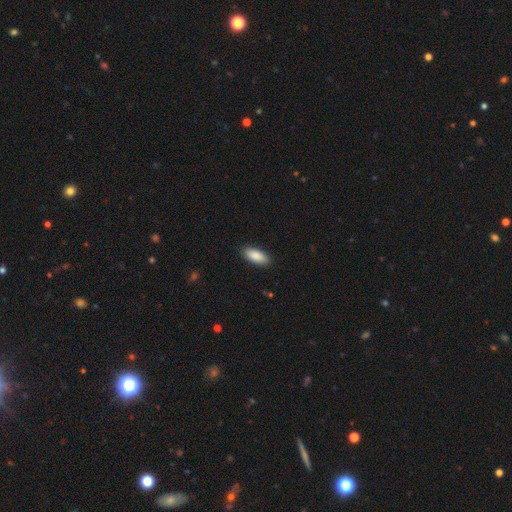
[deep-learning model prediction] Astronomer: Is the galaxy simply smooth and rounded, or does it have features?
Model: smooth — 89%.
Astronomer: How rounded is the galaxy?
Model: in between — 85%.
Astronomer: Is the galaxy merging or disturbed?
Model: none — 89%.